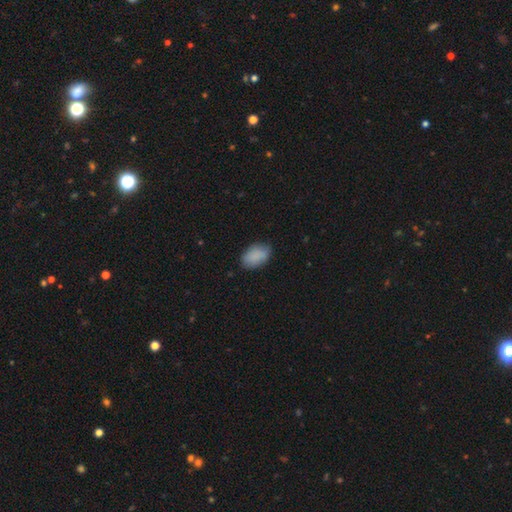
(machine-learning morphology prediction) A smooth galaxy with no disk features (87%) that is in between round and cigar-shaped (90%).

Vote fractions:
- Smooth or featured? smooth: 87% / star or artifact: 7% / featured or disk: 6%
- How rounded? in between: 90% / round: 9% / cigar-shaped: 1%
- Merging? none: 77% / minor disturbance: 18% / major disturbance: 4% / merger: 1%